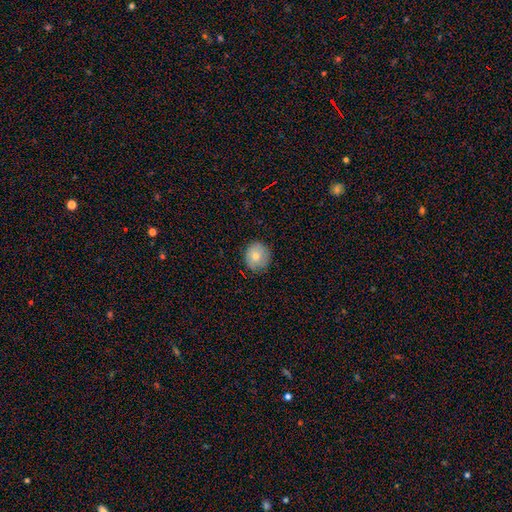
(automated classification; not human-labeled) Smooth or featured: smooth — 78% (featured or disk — 14%)
How rounded: round — 87% (in between — 12%)
Merging: none — 83% (minor disturbance — 13%)